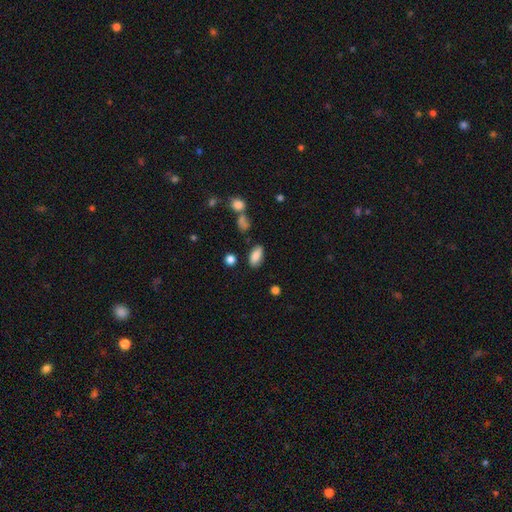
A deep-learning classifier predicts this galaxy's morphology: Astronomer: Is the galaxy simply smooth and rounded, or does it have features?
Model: smooth — 84%.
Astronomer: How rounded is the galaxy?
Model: in between — 89%.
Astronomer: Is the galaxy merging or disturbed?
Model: none — 80%.